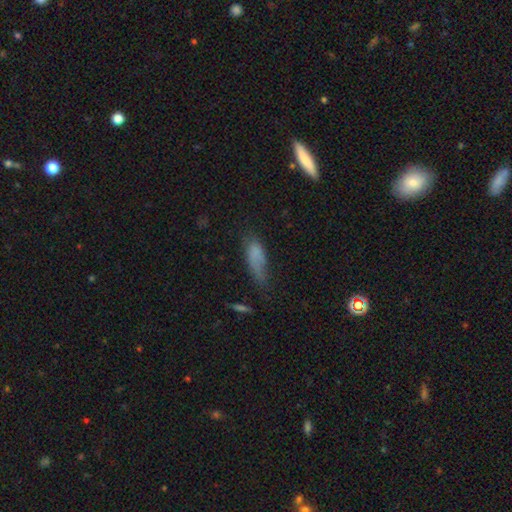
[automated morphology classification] Smooth or featured? Predicted: smooth (p=0.73). How rounded? Predicted: in between (p=0.61). Merging? Predicted: none (p=0.36).